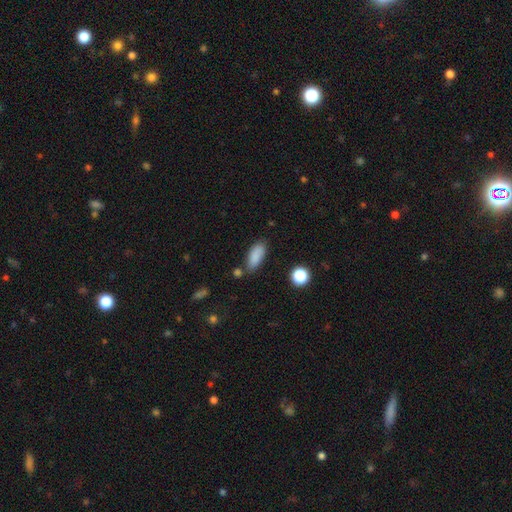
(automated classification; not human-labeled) Morphology: type=smooth (86%); roundness=in between (79%); merging=none (73%).